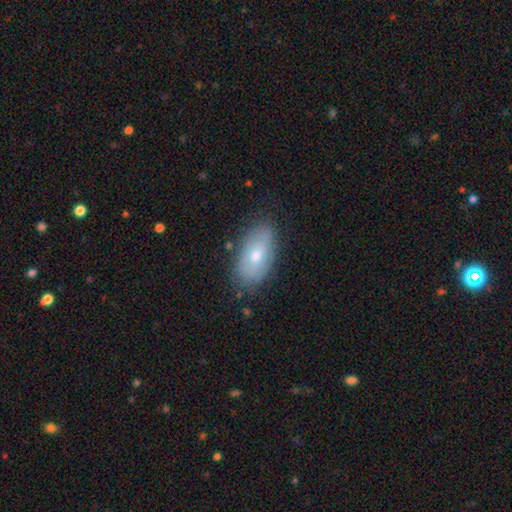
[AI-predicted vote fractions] This is possibly a smooth galaxy (58%). How rounded: clearly in between (93%). Merging: likely none (77%).